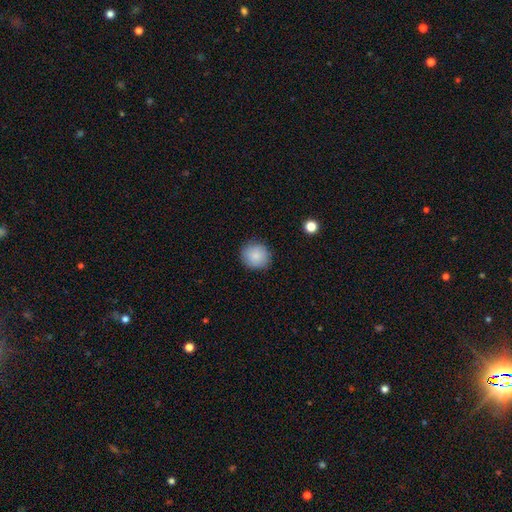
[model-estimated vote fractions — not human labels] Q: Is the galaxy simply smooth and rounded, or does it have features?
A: smooth — 86%.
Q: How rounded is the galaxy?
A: round — 89%.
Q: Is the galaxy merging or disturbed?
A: none — 88%.